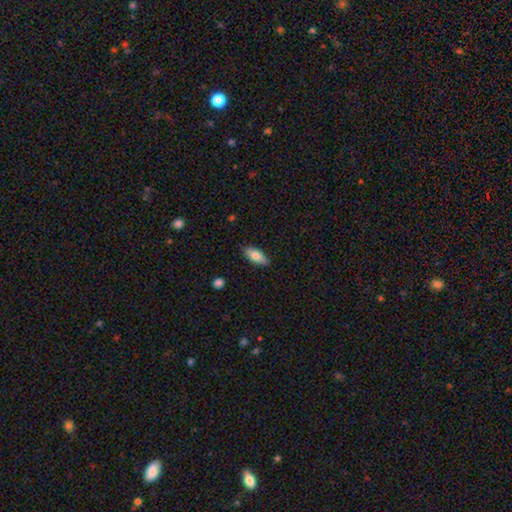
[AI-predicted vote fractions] This appears to be a smooth galaxy with no disk features (76%) that is in between round and cigar-shaped (81%). Merging: none (85%).